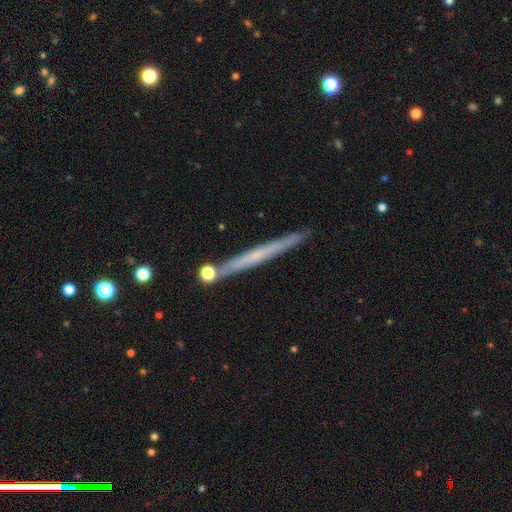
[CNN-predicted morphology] A featured or disk galaxy (56%) viewed edge-on (96%) with no central bulge (79%). Merging: none (87%).